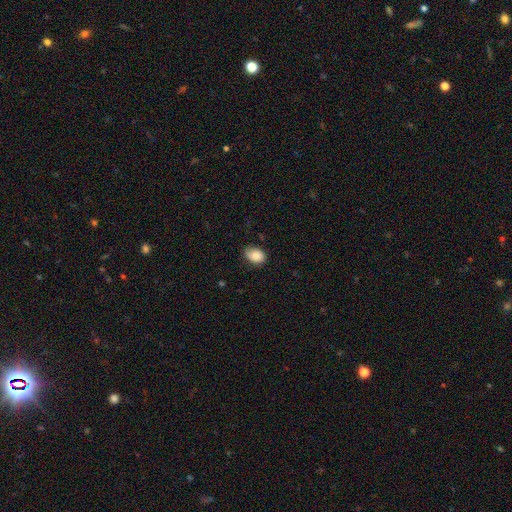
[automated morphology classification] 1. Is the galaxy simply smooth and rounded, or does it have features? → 85% smooth, 8% featured or disk, 7% star or artifact.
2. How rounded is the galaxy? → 76% in between, 23% round, 1% cigar-shaped.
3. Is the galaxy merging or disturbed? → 70% none, 24% minor disturbance, 5% major disturbance, 1% merger.